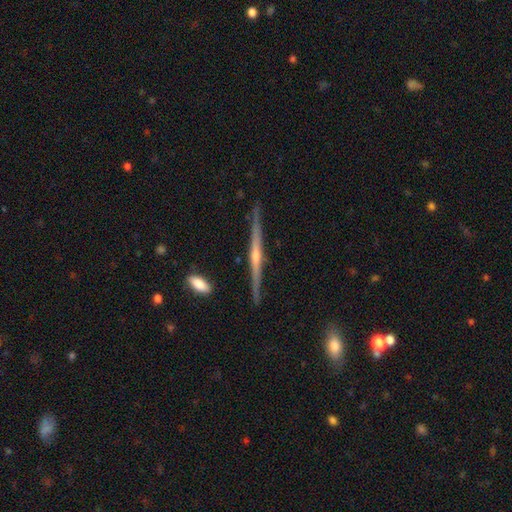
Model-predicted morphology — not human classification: smooth-or-featured: featured or disk: 84% | smooth: 10% | star or artifact: 6%
  disk-edge-on: yes: 98% | no: 2%
    edge-on-bulge: rounded: 82% | none: 12% | boxy: 7%
  merging: none: 90% | minor disturbance: 7% | merger: 2% | major disturbance: 2%